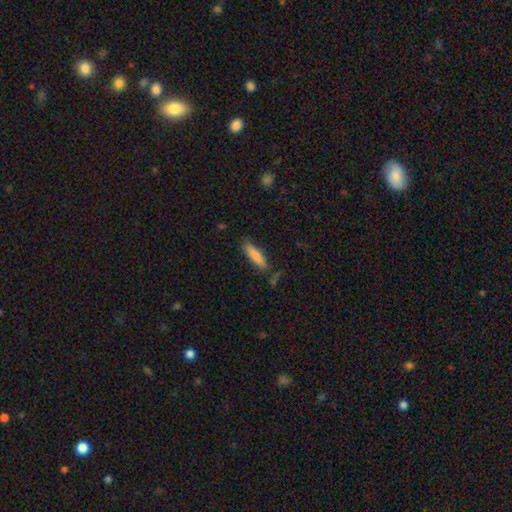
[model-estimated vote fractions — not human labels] Overall: smooth (79%). How rounded: cigar-shaped (74%). Merging: none (80%).